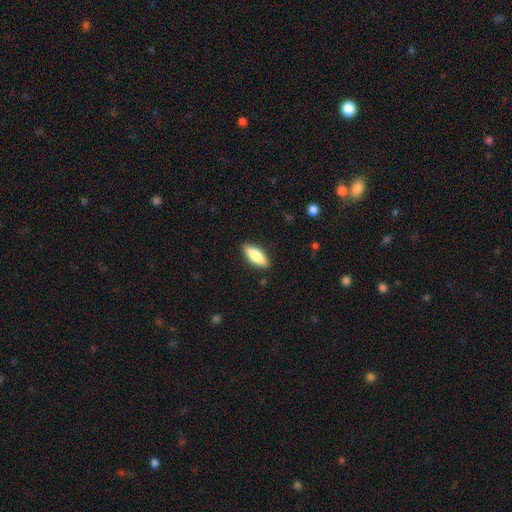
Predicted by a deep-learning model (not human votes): Overall: smooth (76%). How rounded: in between (67%; cigar-shaped 31%). Merging: none (88%).